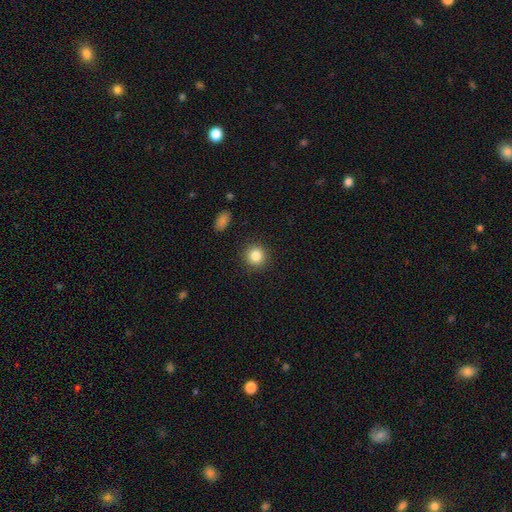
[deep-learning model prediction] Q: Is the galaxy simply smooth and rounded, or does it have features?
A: smooth — 85%.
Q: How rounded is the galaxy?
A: round — 92%.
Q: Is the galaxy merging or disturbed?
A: none — 91%.